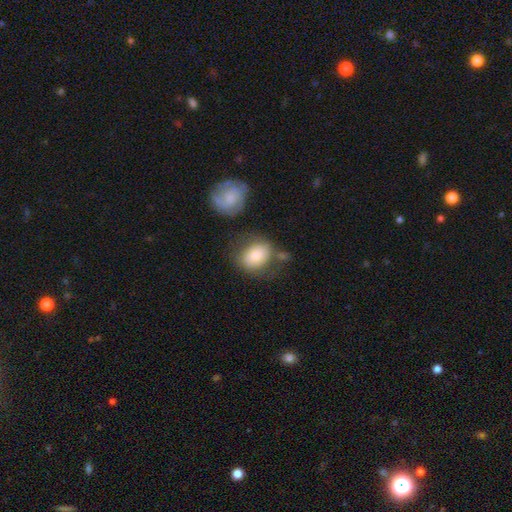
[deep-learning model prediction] Overall: smooth (77%). How rounded: in between (60%; round 39%). Merging: none (54%; minor disturbance 21%).